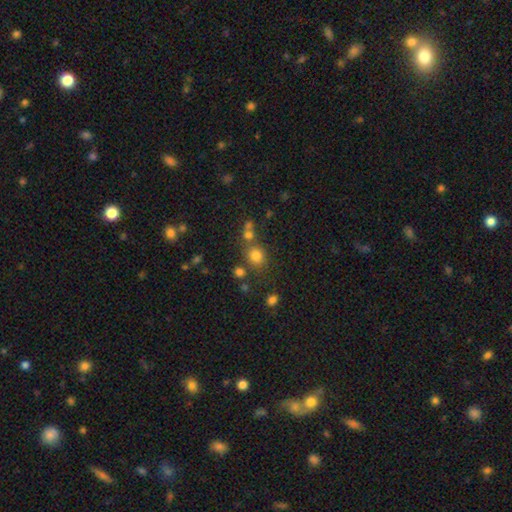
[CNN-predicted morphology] Smooth or featured? smooth (75%)
How rounded? round (75%)
Merging? none (66%)